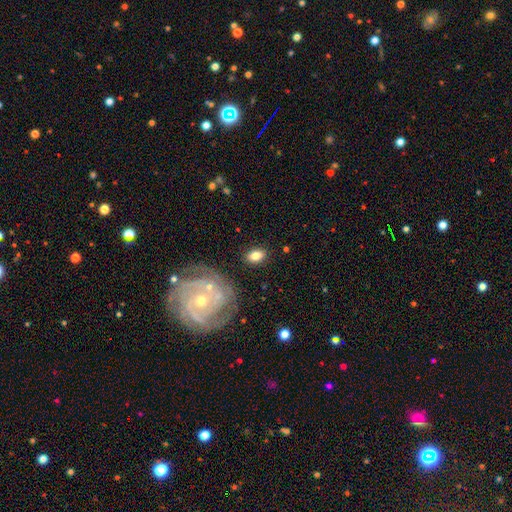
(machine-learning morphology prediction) A smooth galaxy with no disk features (78%) that is in between round and cigar-shaped (87%). Merging: none (82%).